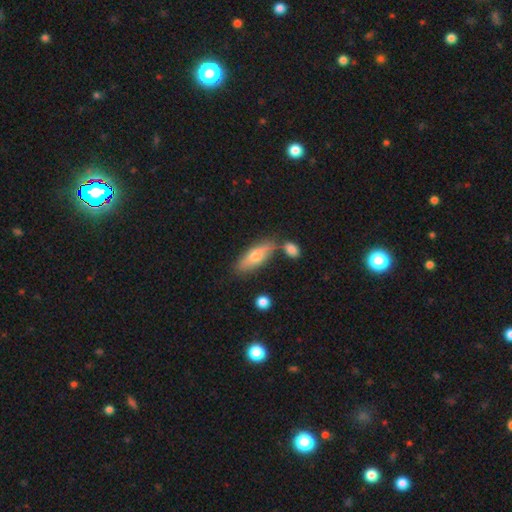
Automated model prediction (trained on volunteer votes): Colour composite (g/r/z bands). It shows a smooth galaxy with no disk features (61%) that is in between round and cigar-shaped (54%). Merging: none (69%).